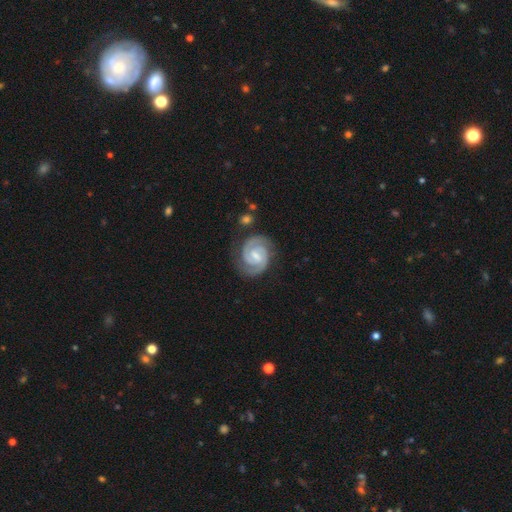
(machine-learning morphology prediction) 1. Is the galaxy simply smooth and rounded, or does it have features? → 91% featured or disk, 5% smooth, 4% star or artifact.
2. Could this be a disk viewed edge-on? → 98% no, 2% yes.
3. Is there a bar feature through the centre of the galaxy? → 57% weak, 21% strong, 21% no.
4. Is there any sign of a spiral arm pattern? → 98% yes, 2% no.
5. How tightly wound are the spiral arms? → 63% tight, 33% medium, 4% loose.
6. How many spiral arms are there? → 91% 2, 3% 3, 3% can't tell, 1% 1, 1% 4, 1% more than 4.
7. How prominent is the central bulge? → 44% small, 37% moderate, 15% none, 3% large, 1% dominant.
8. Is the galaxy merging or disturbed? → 81% none, 13% minor disturbance, 4% major disturbance, 2% merger.